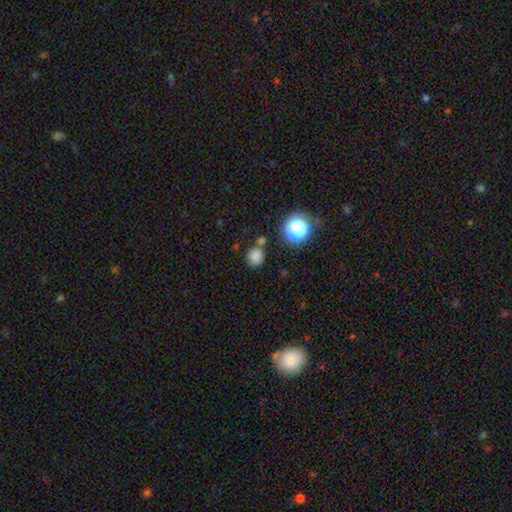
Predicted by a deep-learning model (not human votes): Smooth or featured?
  - smooth: 78% *
  - star or artifact: 15%
  - featured or disk: 7%
How rounded?
  - round: 79% *
  - in between: 20%
  - cigar-shaped: 1%
Merging?
  - none: 69% *
  - merger: 14%
  - minor disturbance: 13%
  - major disturbance: 4%